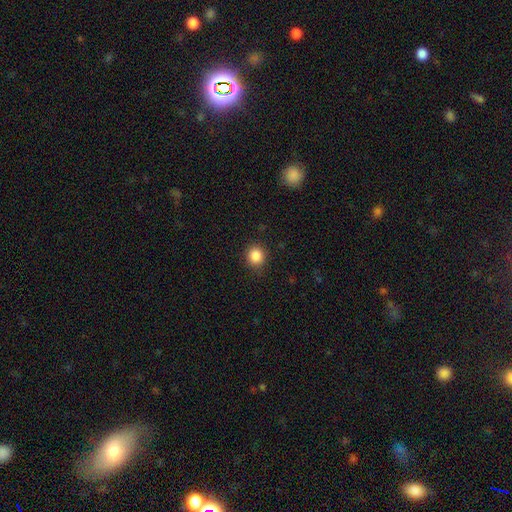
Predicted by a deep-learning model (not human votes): Smooth or featured?
  - smooth: 86% *
  - star or artifact: 10%
  - featured or disk: 4%
How rounded?
  - round: 85% *
  - in between: 14%
  - cigar-shaped: 1%
Merging?
  - none: 87% *
  - minor disturbance: 9%
  - major disturbance: 3%
  - merger: 1%